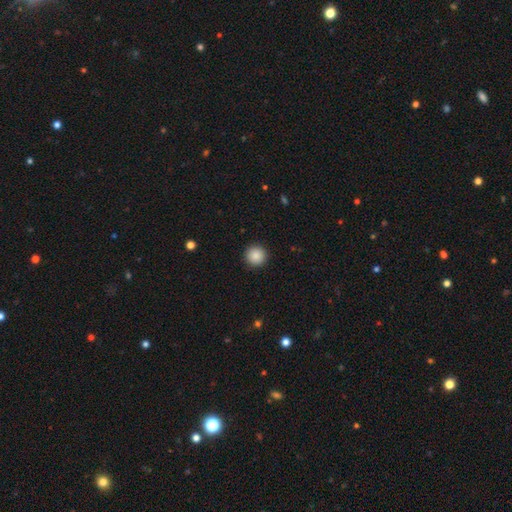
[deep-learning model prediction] Q: Smooth or featured?
A: smooth (88%); runner-up: star or artifact (9%)
Q: How rounded?
A: round (96%); runner-up: in between (3%)
Q: Merging?
A: none (93%); runner-up: minor disturbance (5%)